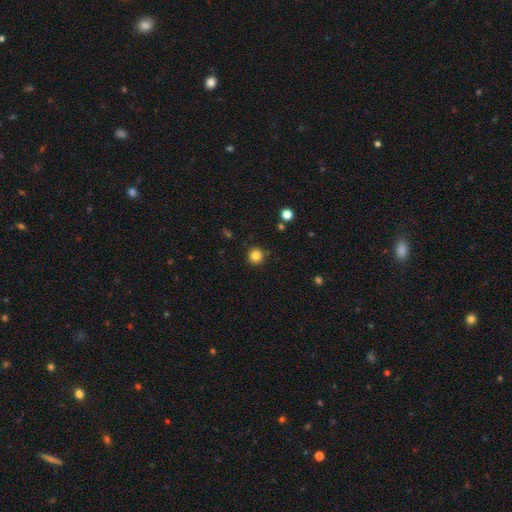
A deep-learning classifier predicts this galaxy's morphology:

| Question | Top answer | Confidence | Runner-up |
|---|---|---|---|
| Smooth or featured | smooth | 83% | star or artifact (12%) |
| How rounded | round | 94% | in between (5%) |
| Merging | none | 89% | minor disturbance (7%) |